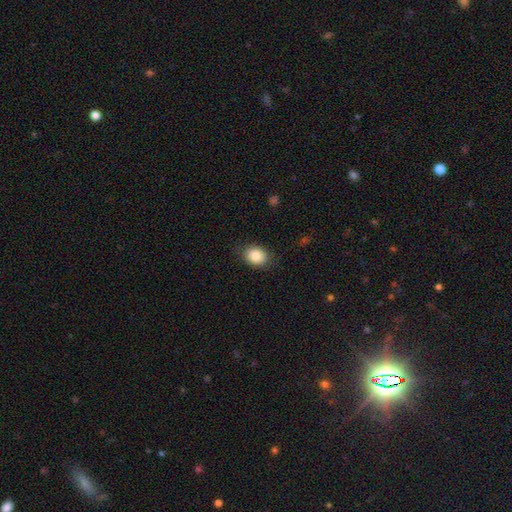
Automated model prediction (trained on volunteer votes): smooth_or_featured: smooth (p=0.86) [alt: star or artifact p=0.08]
how_rounded: in between (p=0.58) [alt: round p=0.42]
merging: none (p=0.83) [alt: minor disturbance p=0.13]